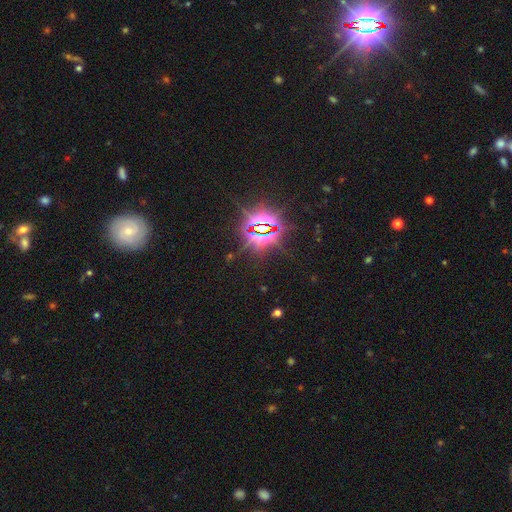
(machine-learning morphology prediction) This appears to be a star or artifact, not a galaxy (82%).